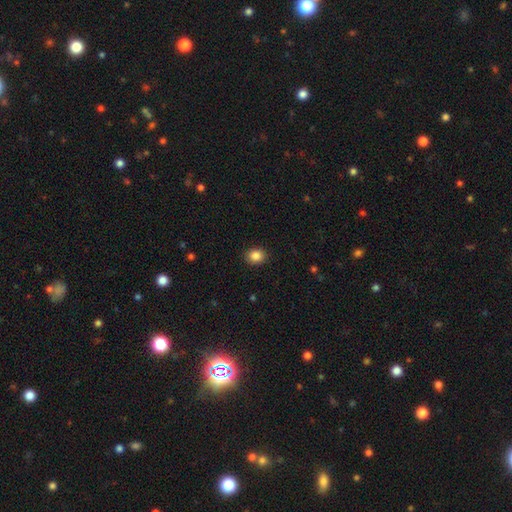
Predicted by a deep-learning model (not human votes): smooth_or_featured: smooth (p=0.87) [alt: star or artifact p=0.09]
how_rounded: round (p=0.64) [alt: in between p=0.35]
merging: none (p=0.90) [alt: minor disturbance p=0.07]